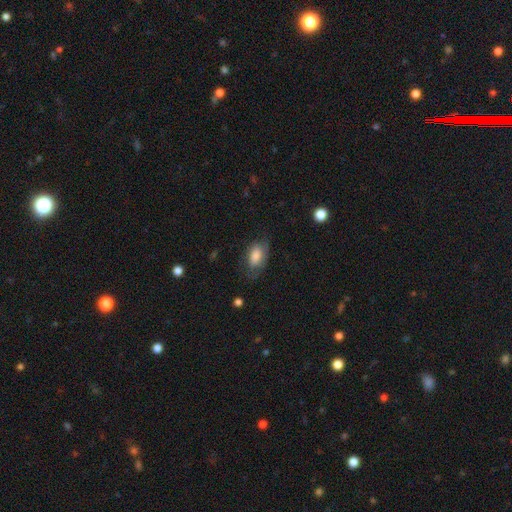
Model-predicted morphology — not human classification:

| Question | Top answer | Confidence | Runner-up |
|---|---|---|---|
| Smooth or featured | smooth | 70% | featured or disk (23%) |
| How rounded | in between | 91% | round (6%) |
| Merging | none | 56% | minor disturbance (27%) |